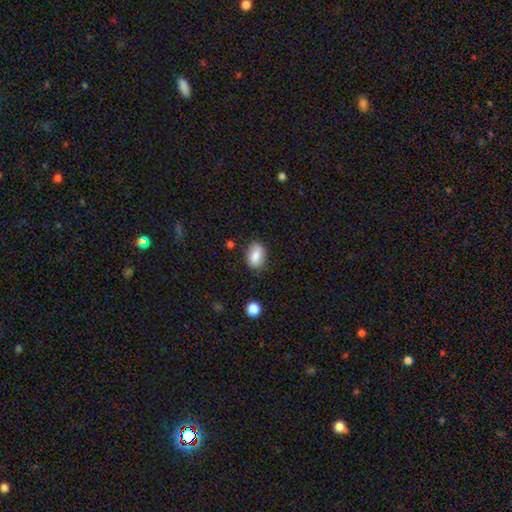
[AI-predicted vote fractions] Smooth or featured? Predicted: smooth (p=0.83). How rounded? Predicted: in between (p=0.81). Merging? Predicted: none (p=0.77).